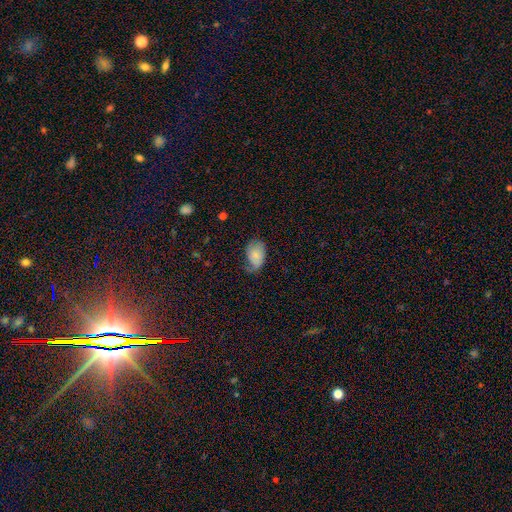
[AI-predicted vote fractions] A smooth galaxy with no disk features (65%) that is in between round and cigar-shaped (89%).

Vote fractions:
- Smooth or featured? smooth: 65% / featured or disk: 28% / star or artifact: 7%
- How rounded? in between: 89% / round: 10% / cigar-shaped: 1%
- Merging? none: 41% / minor disturbance: 36% / major disturbance: 21% / merger: 2%